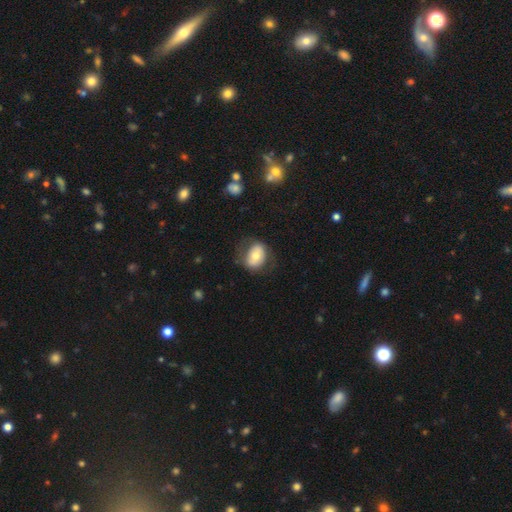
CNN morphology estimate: This appears to be a smooth galaxy with no disk features (64%) that is in between round and cigar-shaped (68%). Merging: none (68%).